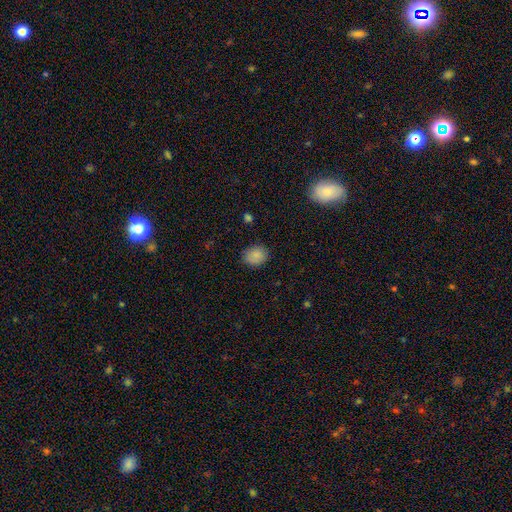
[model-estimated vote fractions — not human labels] The model was most divided on "how rounded": round: 50%, in between: 49%, cigar-shaped: 1%. More confident: smooth or featured — smooth (86%); merging — none (83%).